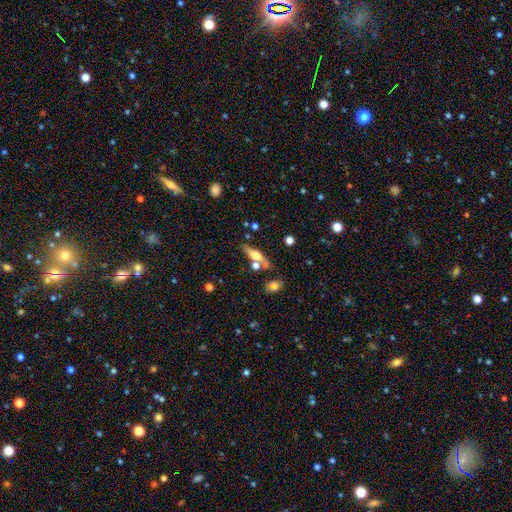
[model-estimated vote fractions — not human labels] Smooth or featured? smooth (46%)
Merging? none (64%)